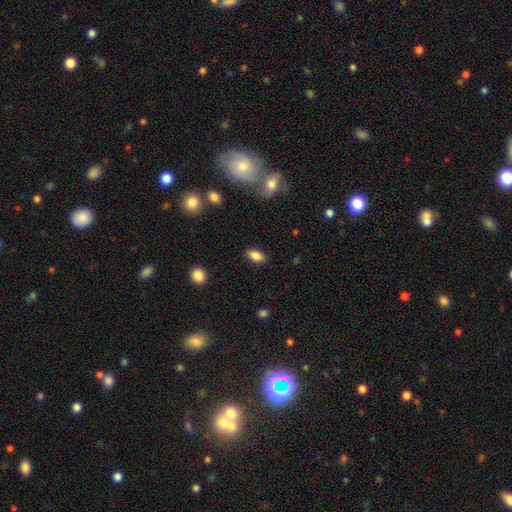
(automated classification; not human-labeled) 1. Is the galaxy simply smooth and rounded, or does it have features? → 86% smooth, 9% star or artifact, 5% featured or disk.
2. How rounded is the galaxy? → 89% in between, 9% round, 2% cigar-shaped.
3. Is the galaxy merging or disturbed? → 86% none, 10% minor disturbance, 3% major disturbance, 1% merger.